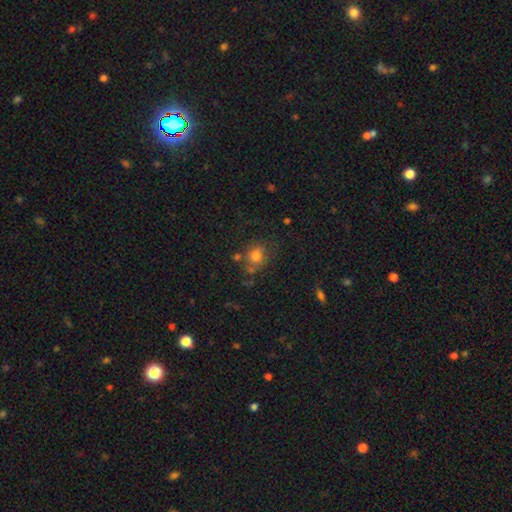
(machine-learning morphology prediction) Smooth or featured: smooth — 74% (star or artifact — 14%)
How rounded: round — 69% (in between — 30%)
Merging: none — 60% (minor disturbance — 19%)